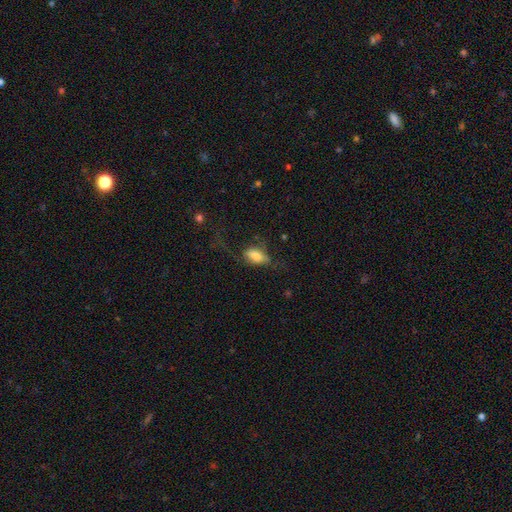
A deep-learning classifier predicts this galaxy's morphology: smooth_or_featured: smooth (p=0.74) [alt: featured or disk p=0.18]
how_rounded: in between (p=0.88) [alt: cigar-shaped p=0.07]
merging: none (p=0.42) [alt: major disturbance p=0.31]